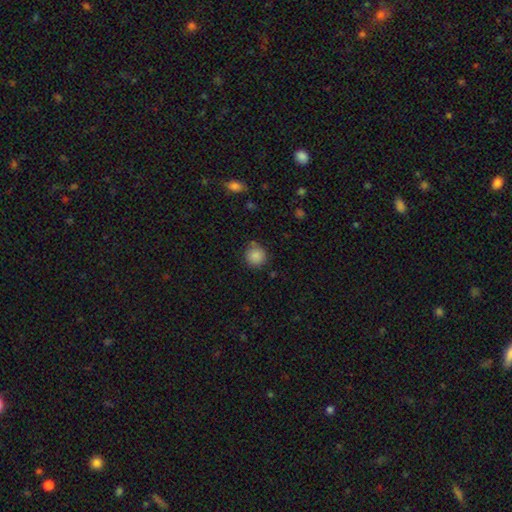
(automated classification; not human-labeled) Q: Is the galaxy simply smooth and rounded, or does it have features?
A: smooth — 87%.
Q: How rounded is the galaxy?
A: round — 92%.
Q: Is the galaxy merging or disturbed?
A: none — 80%.